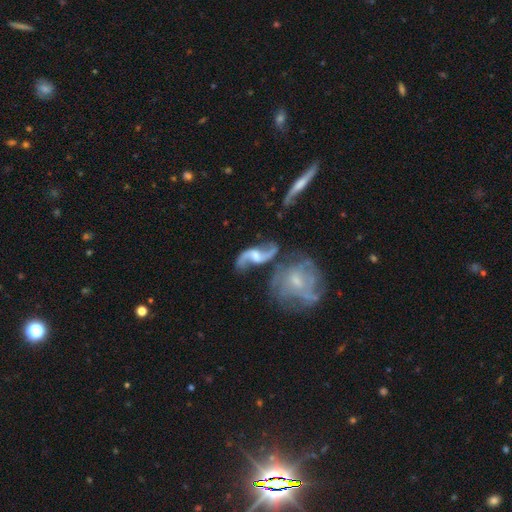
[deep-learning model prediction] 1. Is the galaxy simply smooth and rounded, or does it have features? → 88% featured or disk, 7% smooth, 5% star or artifact.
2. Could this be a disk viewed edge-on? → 96% no, 4% yes.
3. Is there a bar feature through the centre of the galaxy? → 45% weak, 43% no, 12% strong.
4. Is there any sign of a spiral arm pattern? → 96% yes, 4% no.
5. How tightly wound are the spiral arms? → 79% loose, 17% medium, 3% tight.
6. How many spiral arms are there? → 93% 2, 2% can't tell, 2% 1, 1% 3, 1% 4, 1% more than 4.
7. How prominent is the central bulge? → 47% moderate, 30% small, 12% none, 10% large, 2% dominant.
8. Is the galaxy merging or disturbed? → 61% none, 15% minor disturbance, 15% merger, 9% major disturbance.